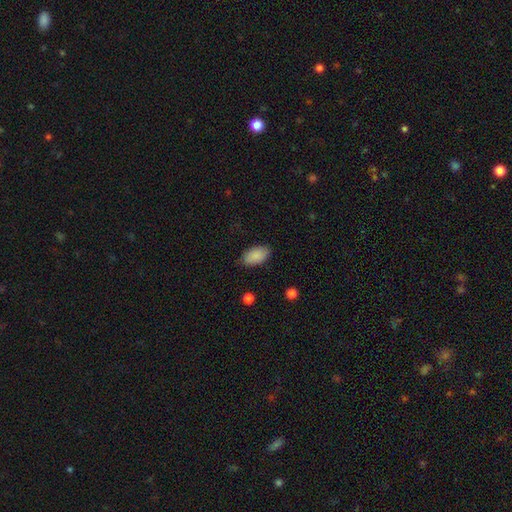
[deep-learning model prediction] Overall: smooth (88%). How rounded: in between (94%). Merging: none (83%).